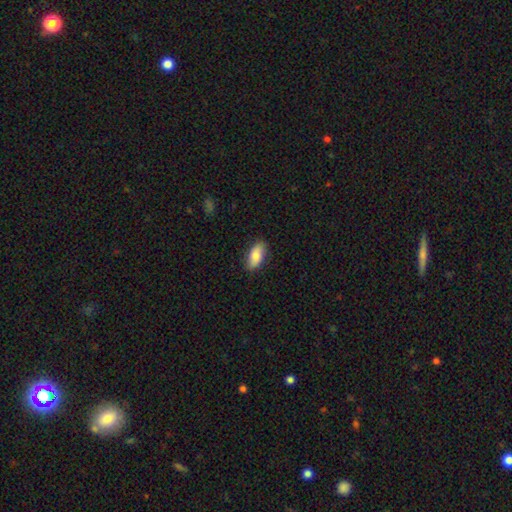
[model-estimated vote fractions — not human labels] A smooth galaxy with no disk features (80%) that is in between round and cigar-shaped (88%).

Vote fractions:
- Smooth or featured? smooth: 80% / featured or disk: 14% / star or artifact: 6%
- How rounded? in between: 88% / cigar-shaped: 9% / round: 3%
- Merging? none: 84% / minor disturbance: 13% / major disturbance: 2% / merger: 1%